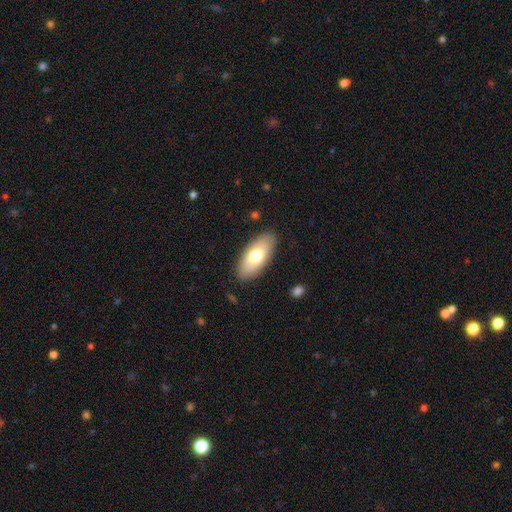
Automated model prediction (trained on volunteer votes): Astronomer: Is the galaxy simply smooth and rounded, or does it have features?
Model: smooth — 69%.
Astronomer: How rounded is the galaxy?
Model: in between — 85%.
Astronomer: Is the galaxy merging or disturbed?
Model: none — 87%.